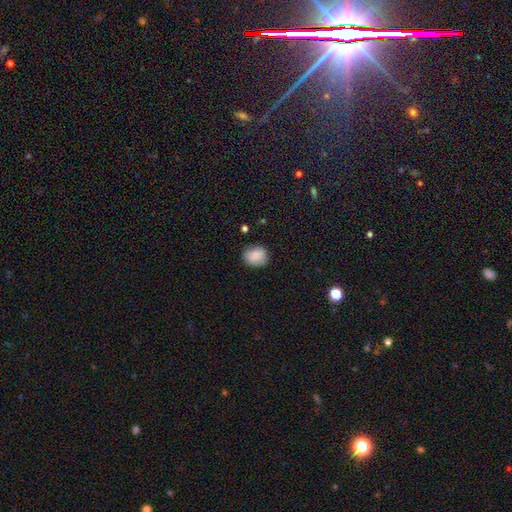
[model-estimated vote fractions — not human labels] A smooth galaxy with no disk features (86%) that is round (64%). Merging: none (84%).